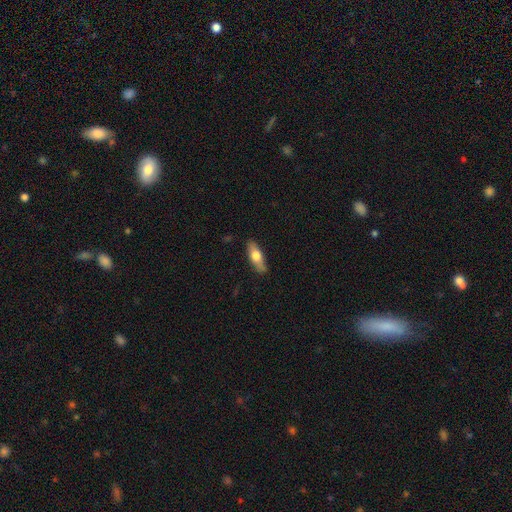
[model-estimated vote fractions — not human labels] Overall: smooth (60%; featured or disk 34%). How rounded: in between (62%; cigar-shaped 35%). Merging: none (83%).